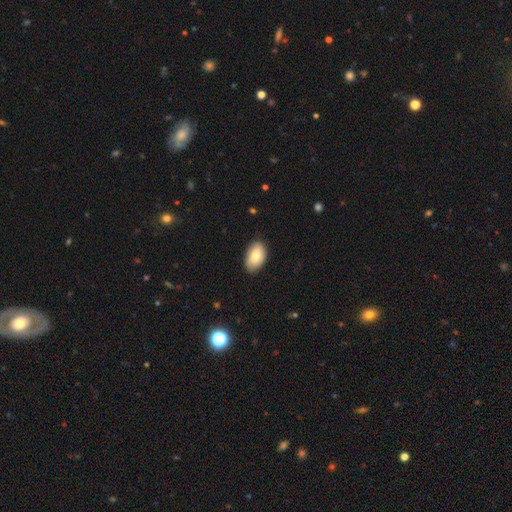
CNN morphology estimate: Q: Smooth or featured?
A: smooth (79%); runner-up: featured or disk (15%)
Q: How rounded?
A: in between (92%); runner-up: round (6%)
Q: Merging?
A: none (82%); runner-up: minor disturbance (14%)